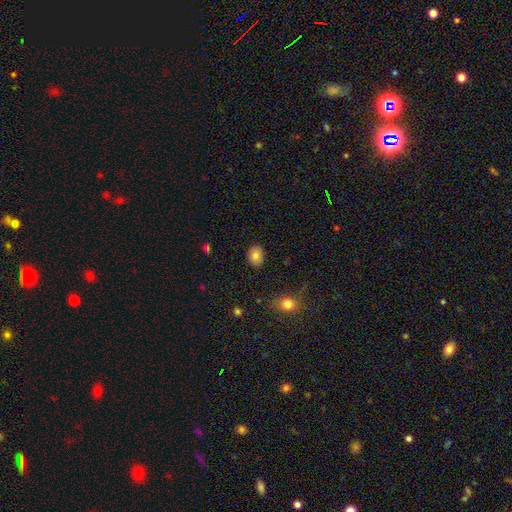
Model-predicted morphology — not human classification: A smooth galaxy with no disk features (80%) that is in between round and cigar-shaped (52%). Merging: none (87%).